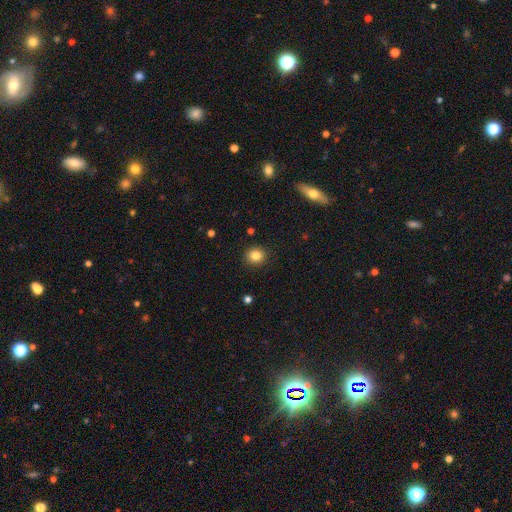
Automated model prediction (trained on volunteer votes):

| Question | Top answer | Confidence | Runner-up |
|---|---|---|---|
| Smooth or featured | smooth | 84% | star or artifact (11%) |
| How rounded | round | 85% | in between (14%) |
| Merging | none | 90% | minor disturbance (7%) |